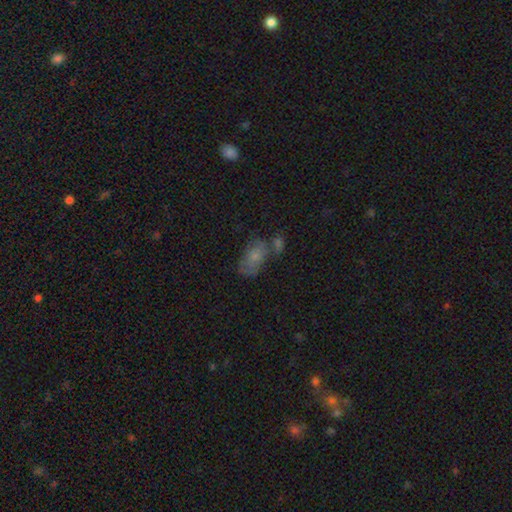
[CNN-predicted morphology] smooth_or_featured: smooth (p=0.58) [alt: featured or disk p=0.26]
how_rounded: in between (p=0.87) [alt: round p=0.09]
merging: none (p=0.43) [alt: merger p=0.24]